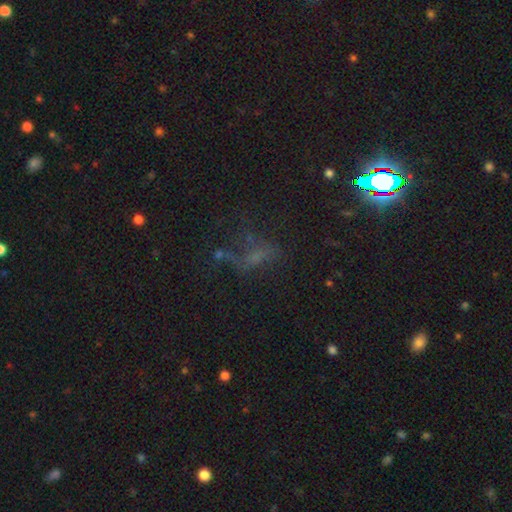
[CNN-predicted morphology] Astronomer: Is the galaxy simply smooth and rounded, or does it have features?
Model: star or artifact — 46% (runner-up: featured or disk, 27%).